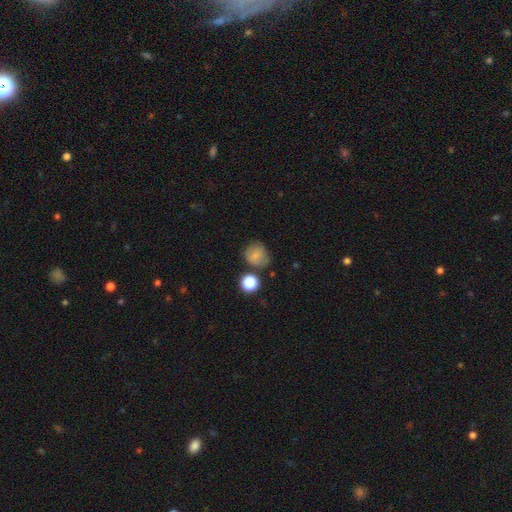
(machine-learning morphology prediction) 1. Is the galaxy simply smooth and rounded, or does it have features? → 75% smooth, 13% star or artifact, 13% featured or disk.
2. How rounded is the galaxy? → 78% round, 21% in between, 1% cigar-shaped.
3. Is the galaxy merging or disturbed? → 62% none, 22% minor disturbance, 9% merger, 8% major disturbance.